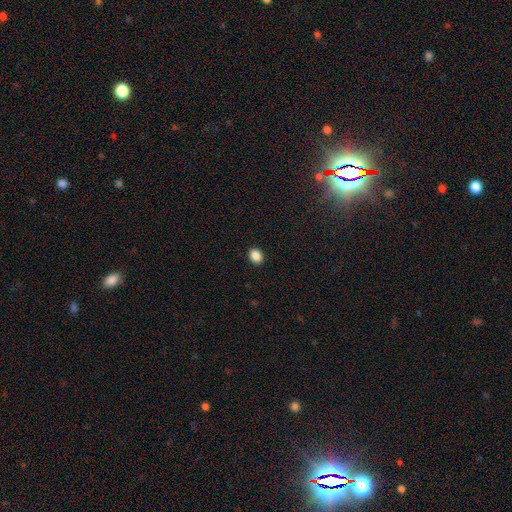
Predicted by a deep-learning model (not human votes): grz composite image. It shows a smooth galaxy with no disk features (88%) that is in between round and cigar-shaped (57%). Merging: none (91%).